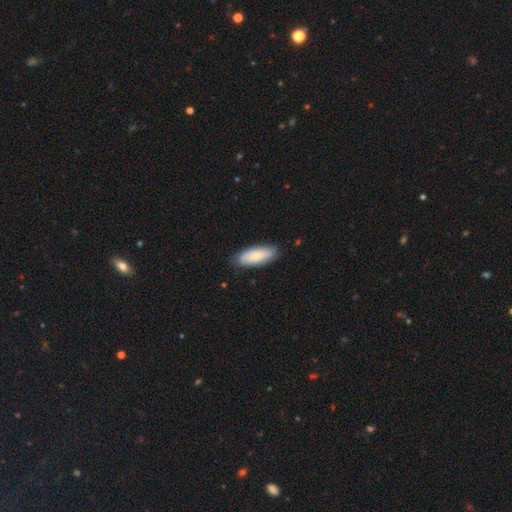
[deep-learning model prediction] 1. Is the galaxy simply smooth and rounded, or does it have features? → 76% smooth, 18% featured or disk, 6% star or artifact.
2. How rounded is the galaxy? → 78% in between, 20% cigar-shaped, 2% round.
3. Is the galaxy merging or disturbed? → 82% none, 14% minor disturbance, 2% major disturbance, 1% merger.